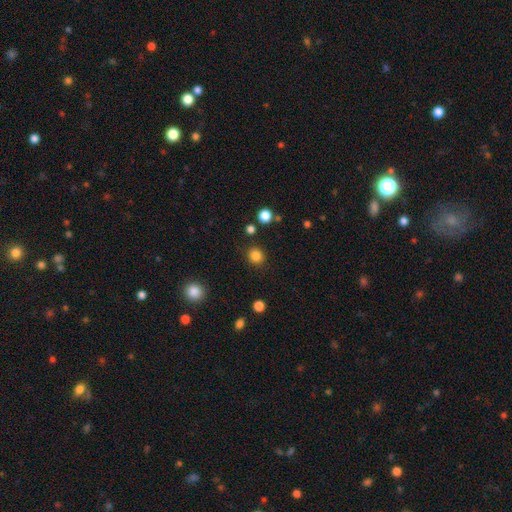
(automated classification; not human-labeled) Smooth or featured: smooth — 84% (star or artifact — 12%)
How rounded: round — 87% (in between — 12%)
Merging: none — 88% (minor disturbance — 7%)